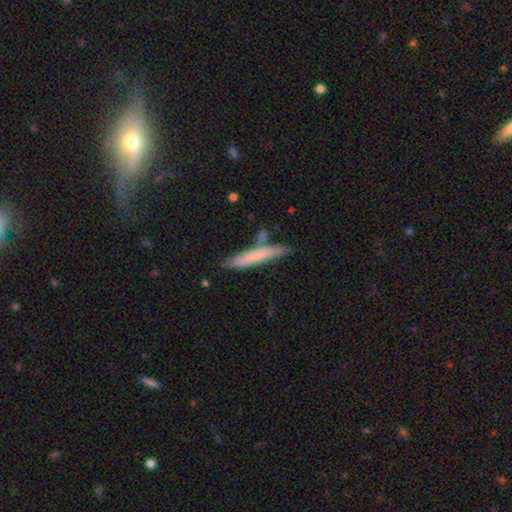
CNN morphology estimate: Smooth or featured? Predicted: smooth (p=0.67). How rounded? Predicted: cigar-shaped (p=0.94). Merging? Predicted: none (p=0.77).